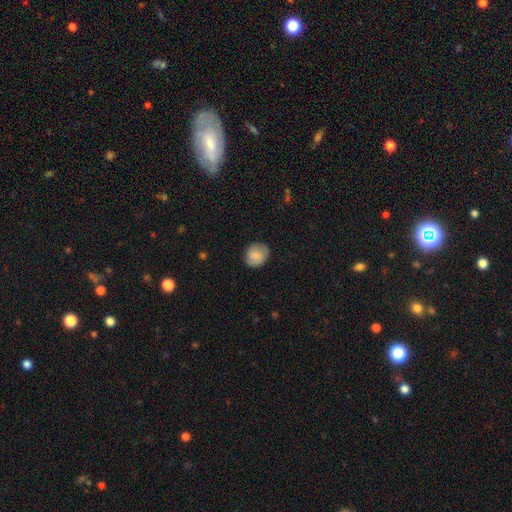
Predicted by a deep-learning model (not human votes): This appears to be a smooth galaxy with no disk features (77%) that is round (70%). Merging: none (79%).